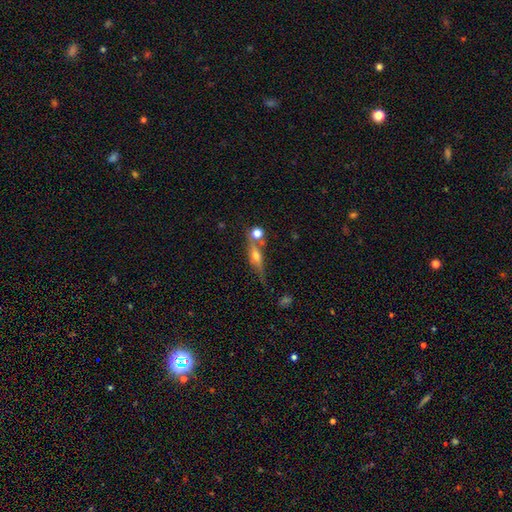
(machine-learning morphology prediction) Smooth or featured: featured or disk — 54% (smooth — 35%)
Edge-on disk: yes — 81% (no — 19%)
Merging: none — 53% (merger — 26%)